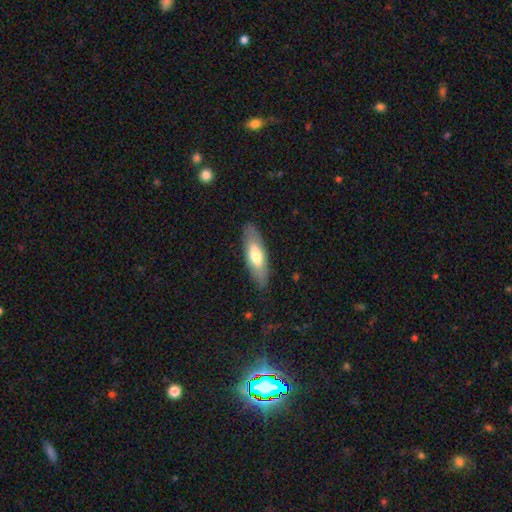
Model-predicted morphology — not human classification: This is likely a smooth galaxy (62%). How rounded: possibly in between (59%). Merging: clearly none (85%).